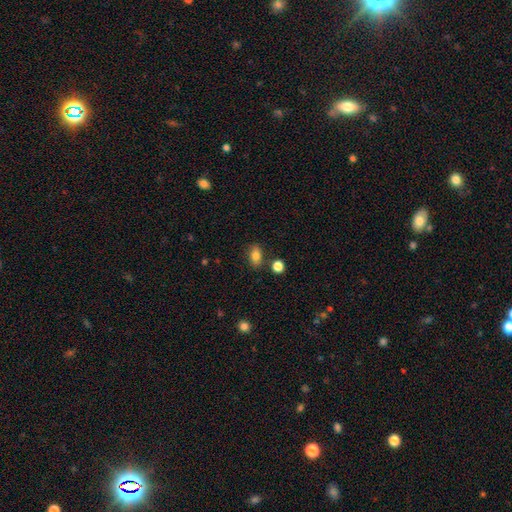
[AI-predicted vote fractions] This is clearly a smooth galaxy (81%). How rounded: clearly in between (81%). Merging: likely none (80%).